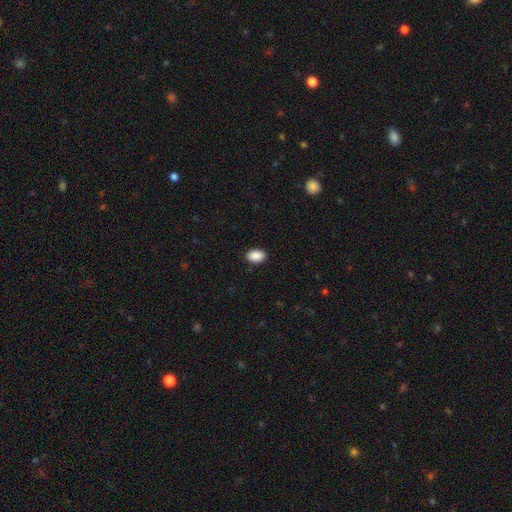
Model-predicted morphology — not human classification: Smooth or featured: smooth — 90% (star or artifact — 7%)
How rounded: in between — 84% (round — 15%)
Merging: none — 89% (minor disturbance — 8%)